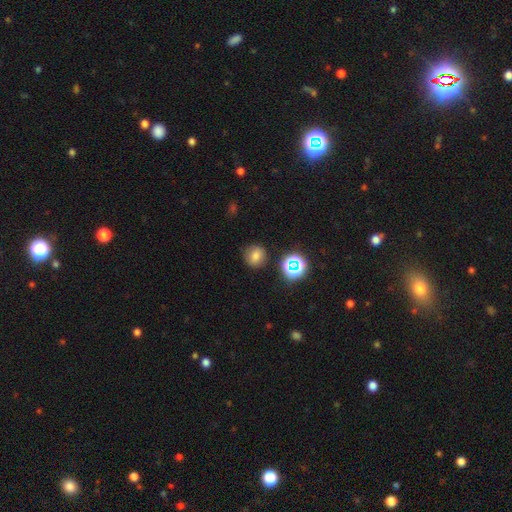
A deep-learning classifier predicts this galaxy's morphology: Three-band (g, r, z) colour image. It shows a smooth galaxy with no disk features (72%) that is round (84%). Merging: none (84%).